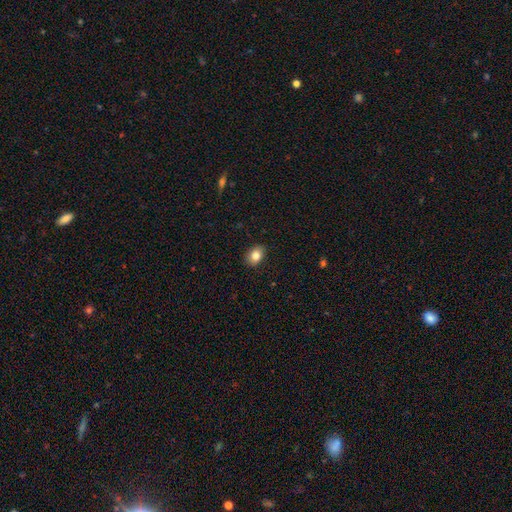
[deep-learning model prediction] Smooth or featured? Predicted: smooth (p=0.84). How rounded? Predicted: in between (p=0.70). Merging? Predicted: none (p=0.88).